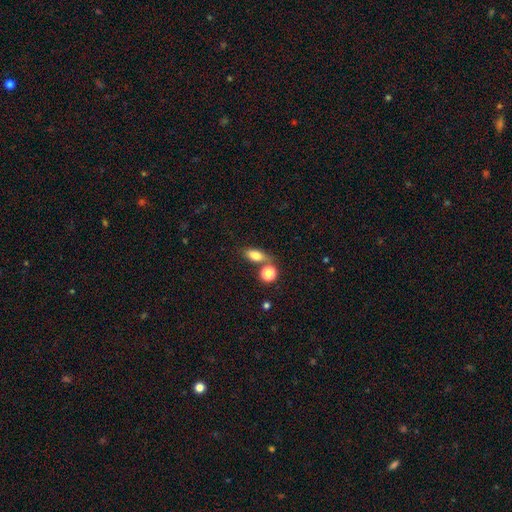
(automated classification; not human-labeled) Smooth or featured?
  - smooth: 77% *
  - featured or disk: 12%
  - star or artifact: 11%
How rounded?
  - in between: 76% *
  - round: 13%
  - cigar-shaped: 11%
Merging?
  - none: 59% *
  - merger: 22%
  - minor disturbance: 14%
  - major disturbance: 5%